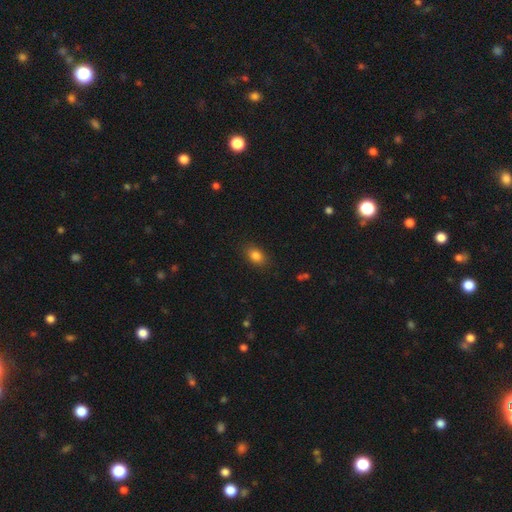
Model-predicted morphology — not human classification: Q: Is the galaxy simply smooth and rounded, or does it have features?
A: smooth — 84%.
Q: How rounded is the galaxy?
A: in between — 75%.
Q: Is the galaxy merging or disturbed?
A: none — 85%.